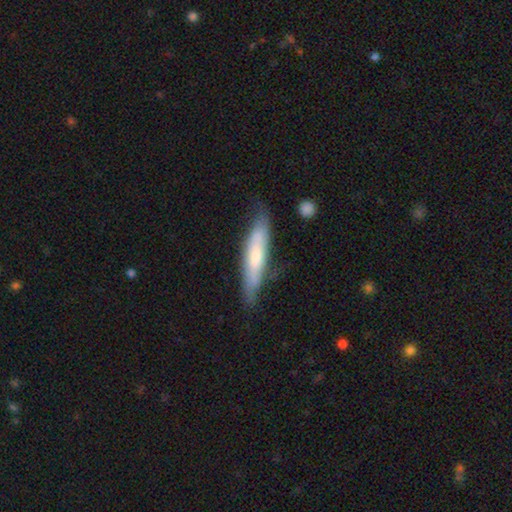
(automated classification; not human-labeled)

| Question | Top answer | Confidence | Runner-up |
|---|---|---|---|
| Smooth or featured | smooth | 55% | featured or disk (39%) |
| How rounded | cigar-shaped | 82% | in between (17%) |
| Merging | none | 66% | minor disturbance (25%) |